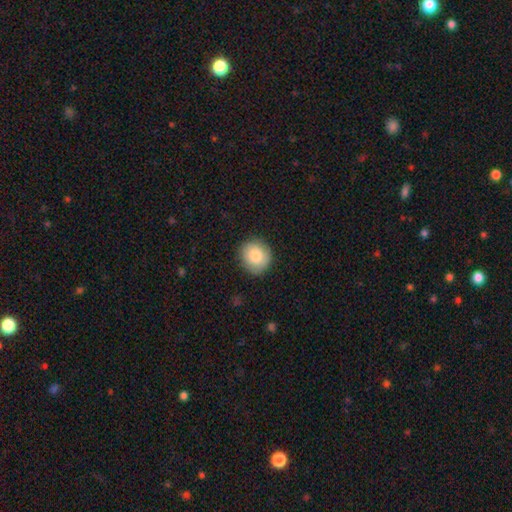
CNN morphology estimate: A smooth galaxy with no disk features (83%) that is round (85%).

Vote fractions:
- Smooth or featured? smooth: 83% / featured or disk: 9% / star or artifact: 8%
- How rounded? round: 85% / in between: 14% / cigar-shaped: 1%
- Merging? none: 87% / minor disturbance: 10% / major disturbance: 2% / merger: 1%